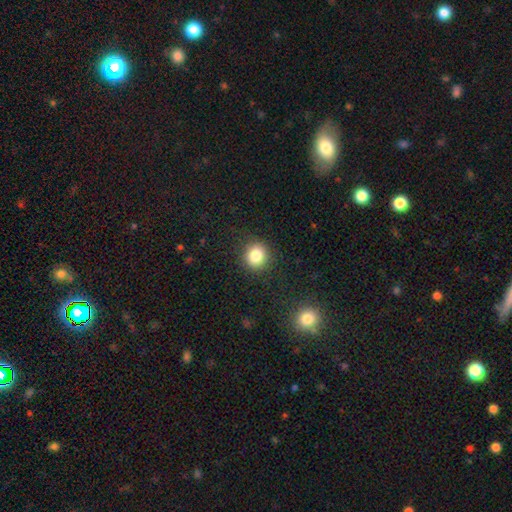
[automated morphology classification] type=smooth (83%); roundness=round (88%); merging=none (89%).